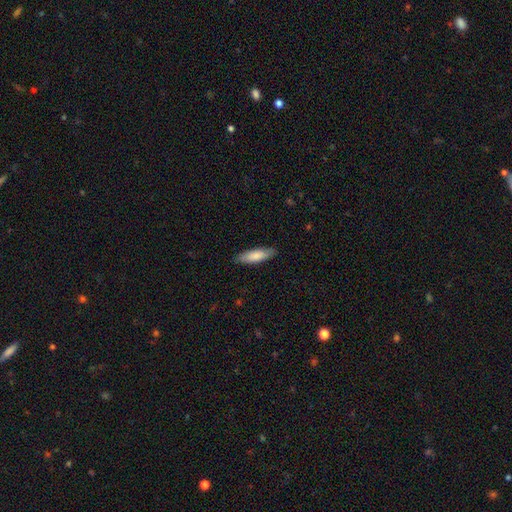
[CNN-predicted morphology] The model was most divided on "how rounded": cigar-shaped: 55%, in between: 44%, round: 1%. More confident: merging — none (87%); smooth or featured — smooth (81%).